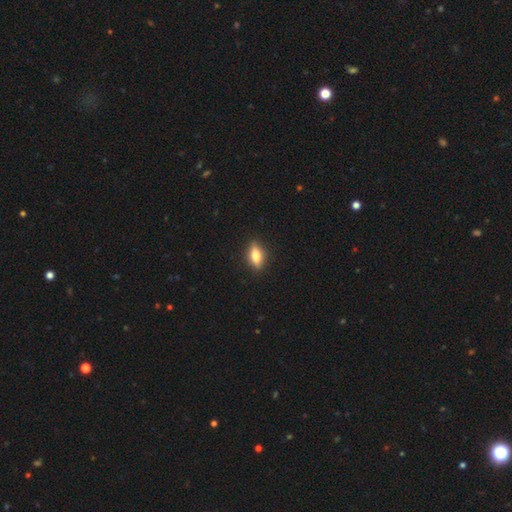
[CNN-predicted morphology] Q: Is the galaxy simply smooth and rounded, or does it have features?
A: smooth — 65%.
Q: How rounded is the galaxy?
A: in between — 68%.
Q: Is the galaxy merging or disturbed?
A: none — 87%.